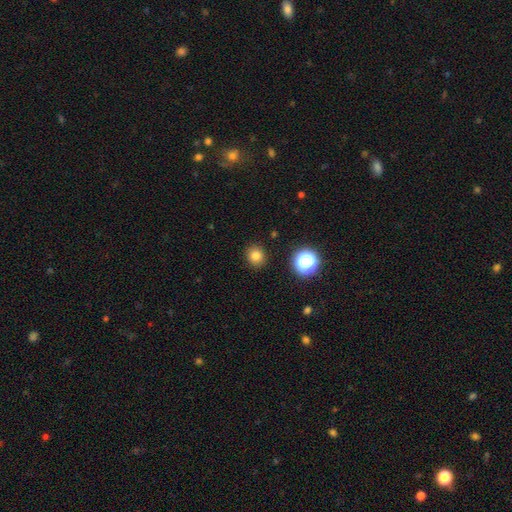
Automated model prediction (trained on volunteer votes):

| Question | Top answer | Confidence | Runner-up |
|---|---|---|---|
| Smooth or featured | smooth | 80% | star or artifact (15%) |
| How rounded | round | 80% | in between (19%) |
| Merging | none | 90% | minor disturbance (7%) |